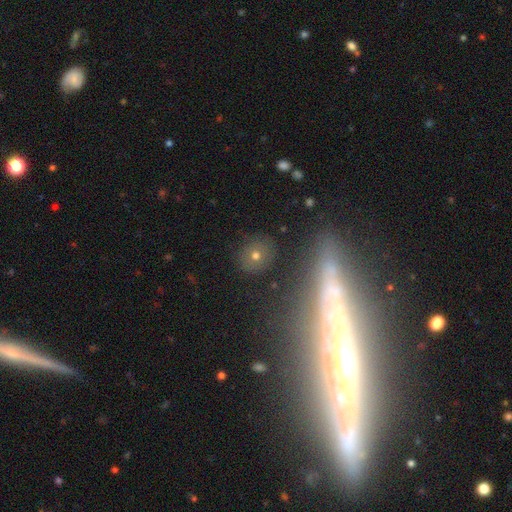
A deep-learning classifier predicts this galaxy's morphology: type=smooth (62%); roundness=round (77%); merging=none (85%).